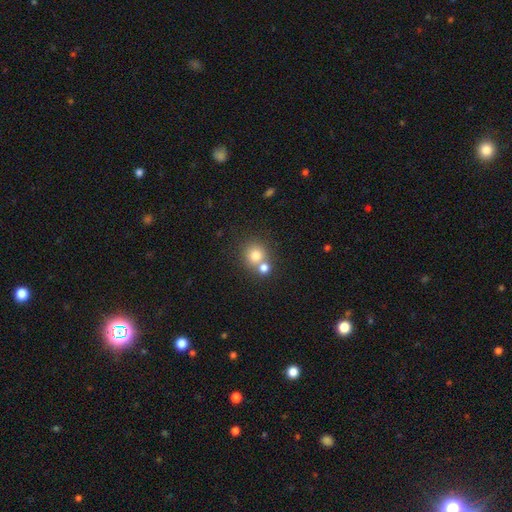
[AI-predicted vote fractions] smooth 77%, star or artifact 12%, featured or disk 11%. Down the decision tree: how rounded — round (87%); merging — none (51%).